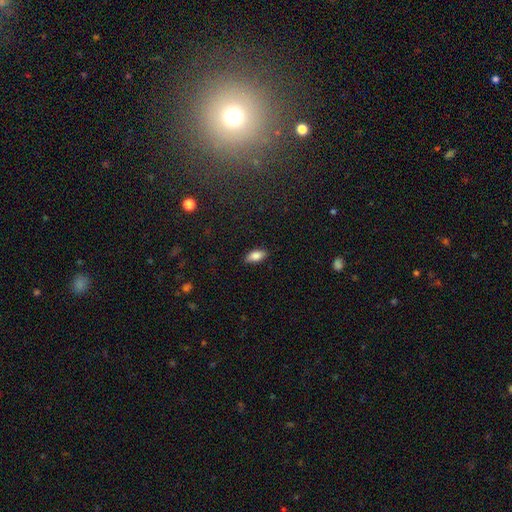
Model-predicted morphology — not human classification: Smooth or featured? Predicted: smooth (p=0.84). How rounded? Predicted: in between (p=0.89). Merging? Predicted: none (p=0.87).